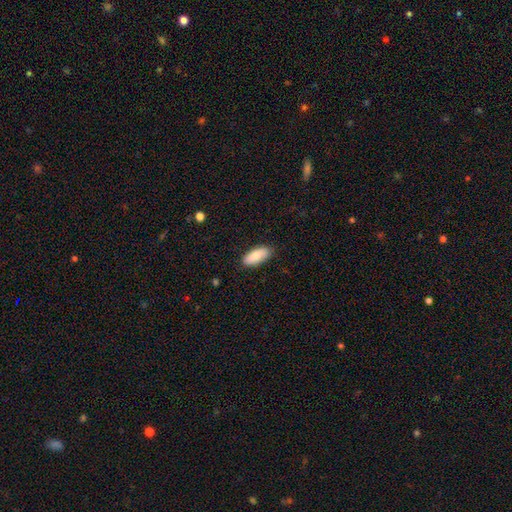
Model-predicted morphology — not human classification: smooth_or_featured: smooth (p=0.84) [alt: featured or disk p=0.10]
how_rounded: in between (p=0.86) [alt: cigar-shaped p=0.12]
merging: none (p=0.86) [alt: minor disturbance p=0.11]